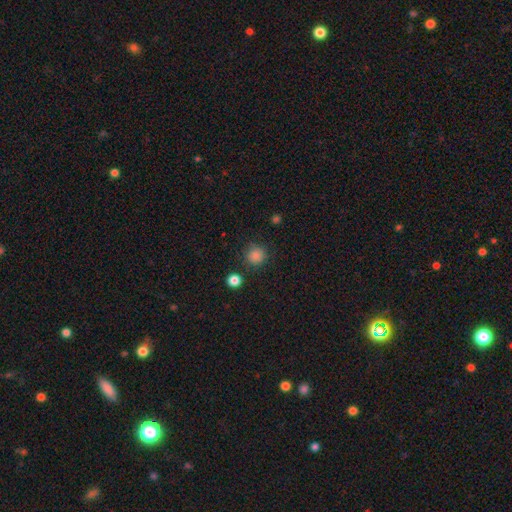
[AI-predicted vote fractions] smooth_or_featured: smooth (p=0.85) [alt: star or artifact p=0.11]
how_rounded: round (p=0.92) [alt: in between p=0.07]
merging: none (p=0.86) [alt: minor disturbance p=0.08]